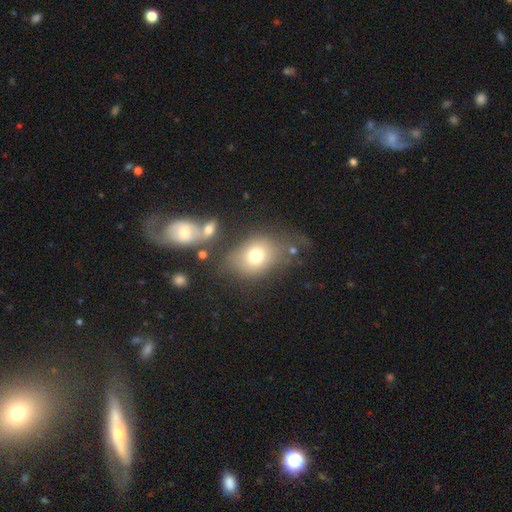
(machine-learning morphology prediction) Smooth or featured?
  - smooth: 72% *
  - featured or disk: 16%
  - star or artifact: 11%
How rounded?
  - in between: 60% *
  - round: 39%
  - cigar-shaped: 1%
Merging?
  - none: 52% *
  - minor disturbance: 19%
  - major disturbance: 14%
  - merger: 14%